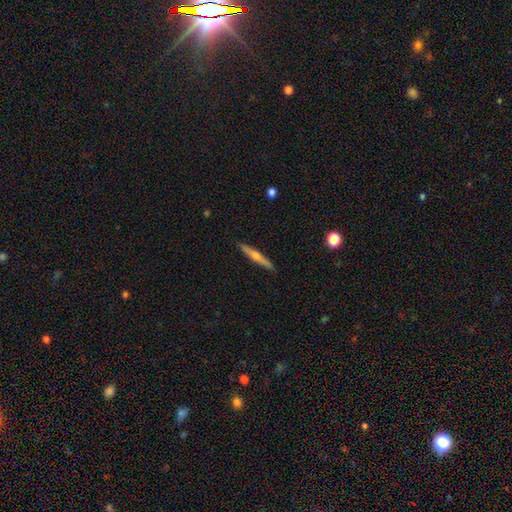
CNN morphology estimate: featured or disk 62%, smooth 32%, star or artifact 6%. Down the decision tree: edge-on disk — yes (97%); edge-on bulge — rounded (79%); merging — none (91%).